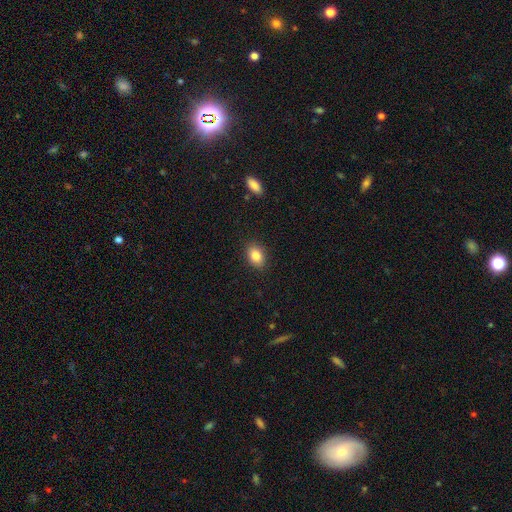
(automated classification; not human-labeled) Morphology: type=smooth (85%); roundness=in between (76%); merging=none (88%).